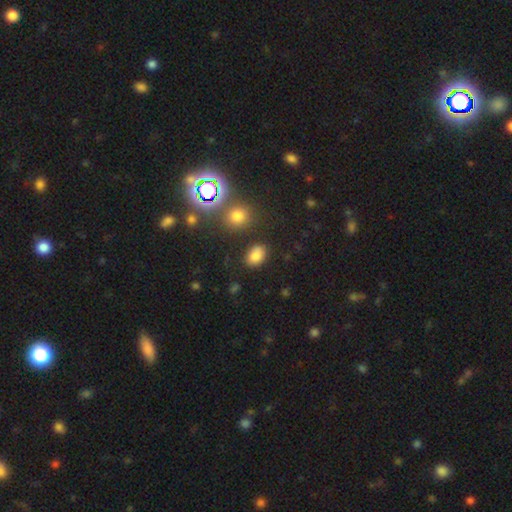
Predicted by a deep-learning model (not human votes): This is likely a smooth galaxy (80%). How rounded: clearly in between (80%). Merging: likely none (79%).